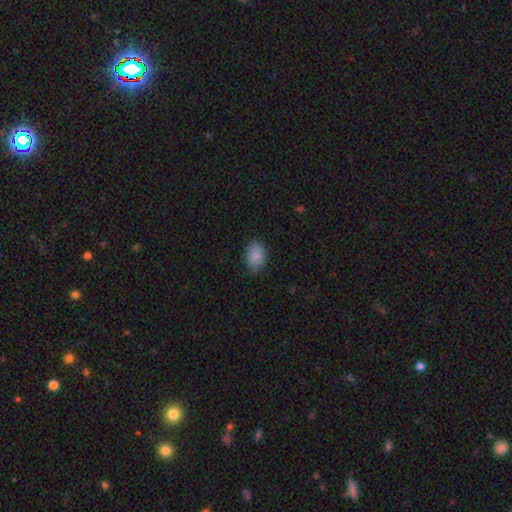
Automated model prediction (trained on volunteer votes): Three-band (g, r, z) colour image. It shows a smooth galaxy with no disk features (88%) that is in between round and cigar-shaped (84%). Merging: none (79%).